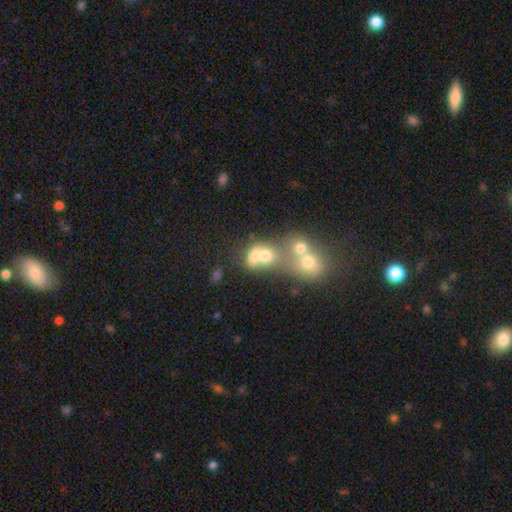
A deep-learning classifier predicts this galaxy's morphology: A smooth galaxy with no disk features (62%) that is round (54%).

Vote fractions:
- Smooth or featured? smooth: 62% / featured or disk: 23% / star or artifact: 15%
- How rounded? round: 54% / in between: 45% / cigar-shaped: 2%
- Merging? merger: 64% / none: 23% / minor disturbance: 7% / major disturbance: 6%